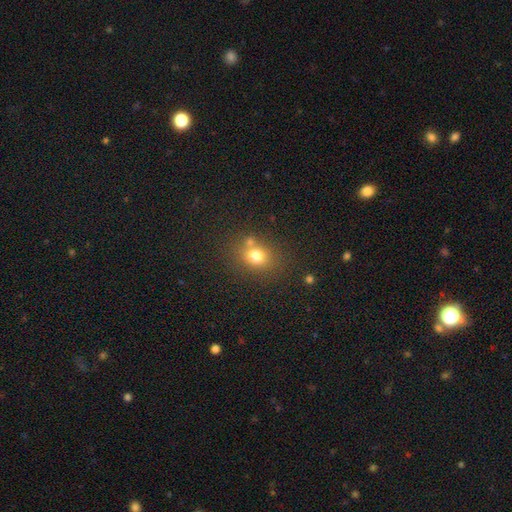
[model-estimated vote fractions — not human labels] This is likely a smooth galaxy (73%). How rounded: likely round (61%). Merging: likely none (64%).